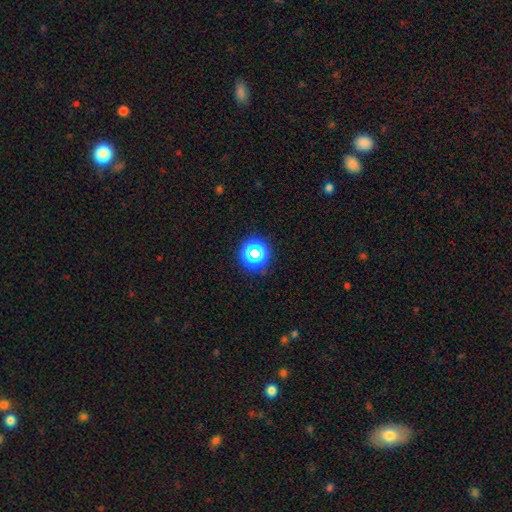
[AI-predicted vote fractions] Morphology: type=star or artifact (55%).